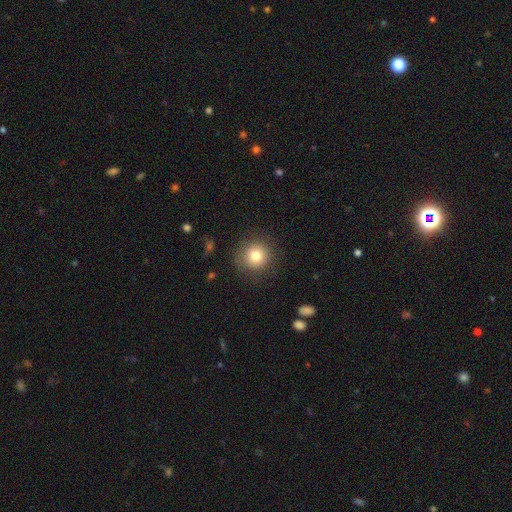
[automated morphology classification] A smooth galaxy with no disk features (79%) that is round (93%). Merging: none (86%).